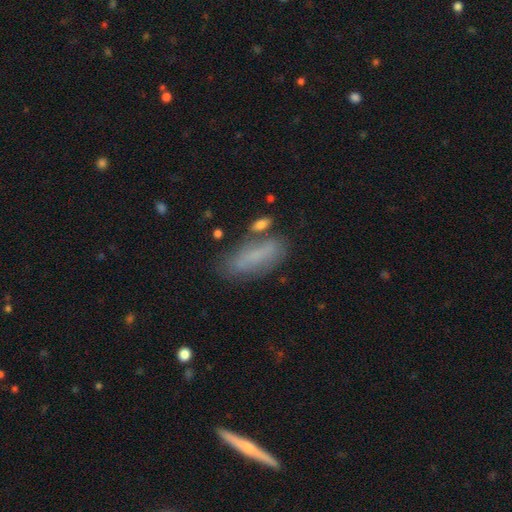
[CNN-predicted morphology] A smooth galaxy with no disk features (71%) that is in between round and cigar-shaped (57%). Merging: none (62%).